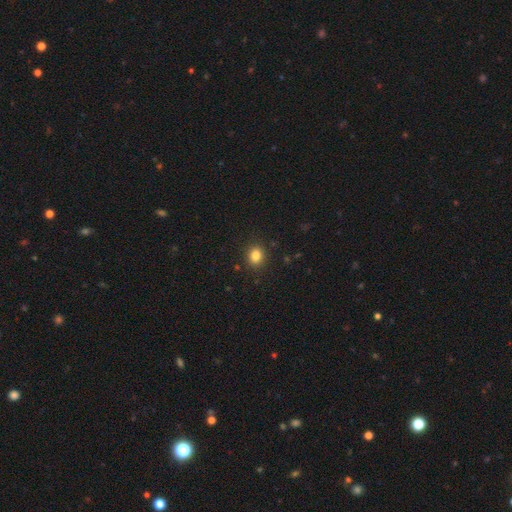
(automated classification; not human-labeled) A smooth galaxy with no disk features (84%) that is round (61%). Merging: none (90%).